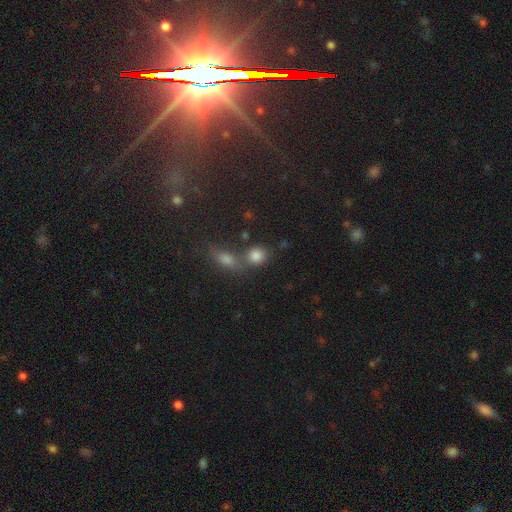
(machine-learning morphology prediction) smooth-or-featured: smooth: 76% | star or artifact: 16% | featured or disk: 8%
  how-rounded: round: 71% | in between: 27% | cigar-shaped: 3%
  merging: none: 56% | merger: 31% | minor disturbance: 9% | major disturbance: 4%